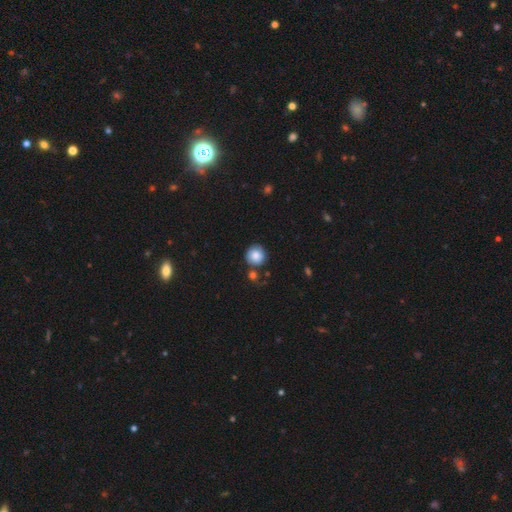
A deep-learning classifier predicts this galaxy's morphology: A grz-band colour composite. It shows a smooth galaxy with no disk features (83%) that is round (93%). Merging: none (74%).